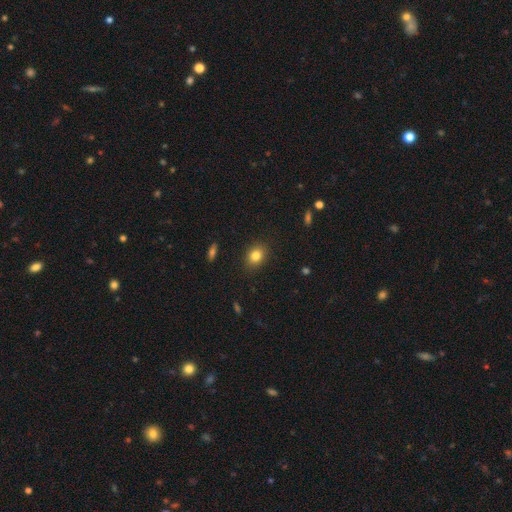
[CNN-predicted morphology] type=smooth (82%); roundness=in between (53%); merging=none (87%).